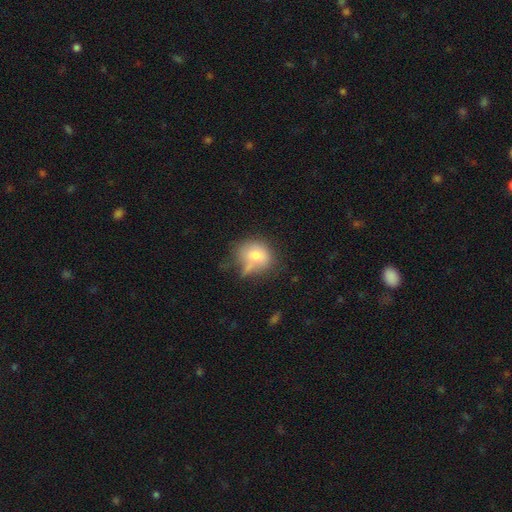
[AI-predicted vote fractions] Morphology: type=smooth (74%); roundness=round (52%); merging=none (46%).